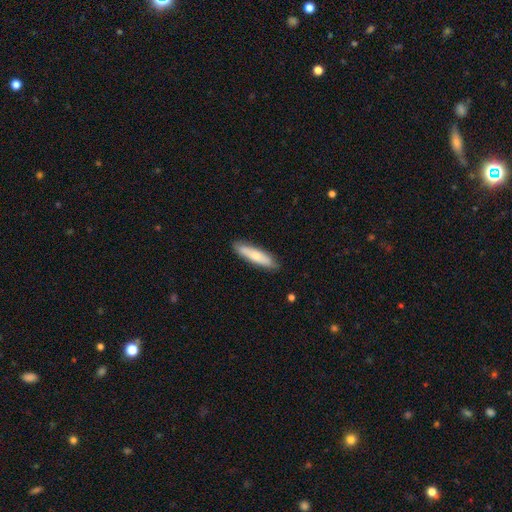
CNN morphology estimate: smooth_or_featured: smooth (p=0.66) [alt: featured or disk p=0.28]
how_rounded: cigar-shaped (p=0.77) [alt: in between p=0.21]
merging: none (p=0.87) [alt: minor disturbance p=0.10]